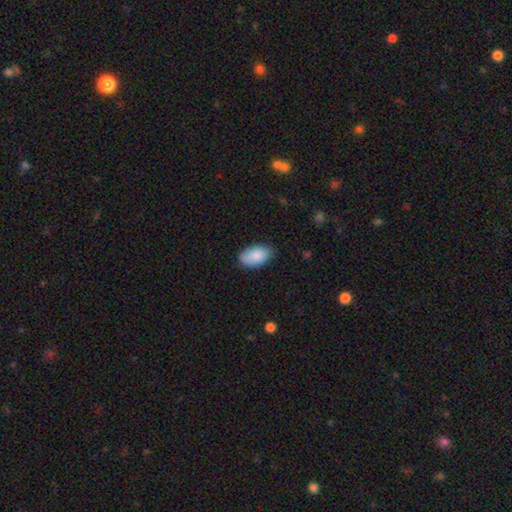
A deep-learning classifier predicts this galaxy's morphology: Overall: smooth (87%). How rounded: in between (95%). Merging: none (78%).